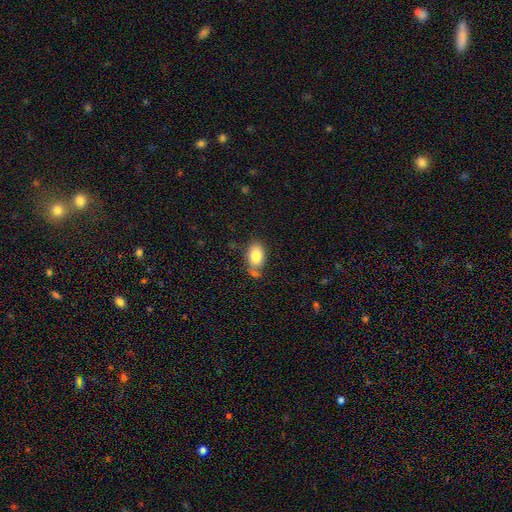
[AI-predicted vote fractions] Q: Smooth or featured?
A: smooth (82%); runner-up: featured or disk (10%)
Q: How rounded?
A: in between (87%); runner-up: round (12%)
Q: Merging?
A: none (61%); runner-up: minor disturbance (19%)